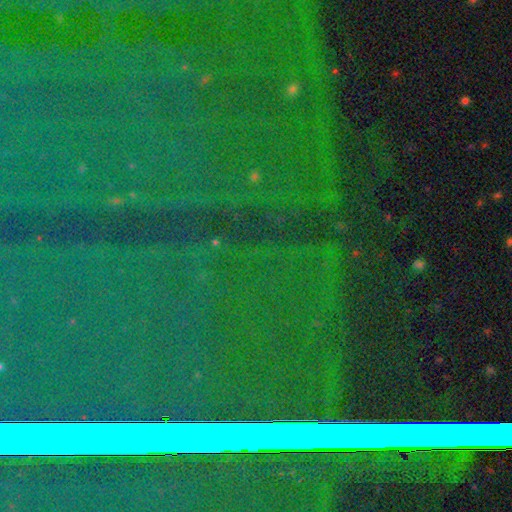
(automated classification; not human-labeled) The model was most divided on "smooth or featured": star or artifact: 83%, smooth: 9%, featured or disk: 8%.